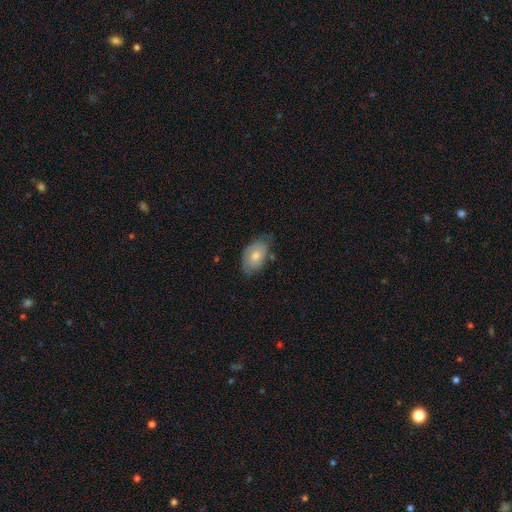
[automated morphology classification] A smooth galaxy with no disk features (64%) that is in between round and cigar-shaped (90%). Merging: none (60%).